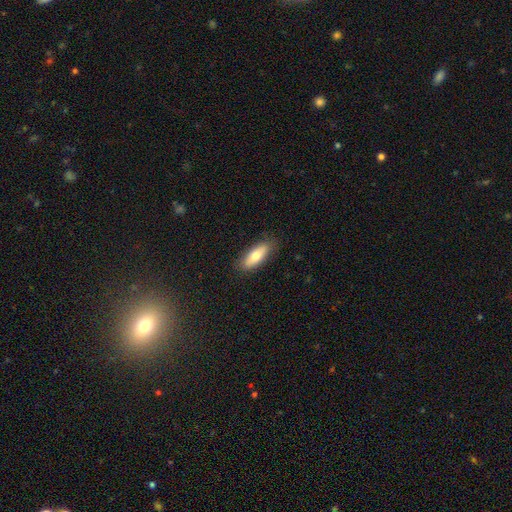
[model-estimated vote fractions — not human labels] This appears to be a smooth galaxy with no disk features (73%) that is in between round and cigar-shaped (65%). Merging: none (85%).